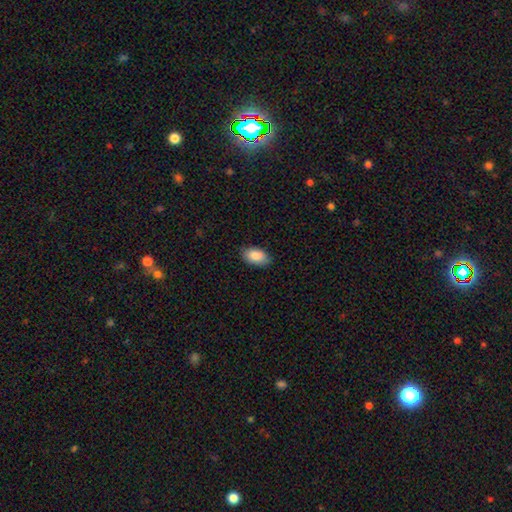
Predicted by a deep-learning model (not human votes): This appears to be a smooth galaxy with no disk features (88%) that is in between round and cigar-shaped (94%). Merging: none (85%).